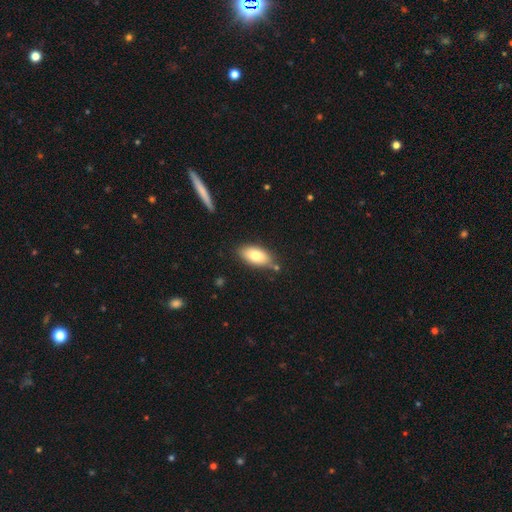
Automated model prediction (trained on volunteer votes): This is likely a smooth galaxy (77%). How rounded: clearly in between (91%). Merging: likely none (74%).